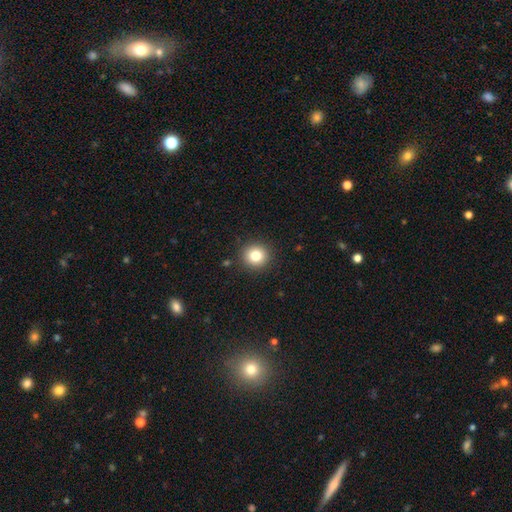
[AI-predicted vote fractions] Smooth or featured? Predicted: smooth (p=0.81). How rounded? Predicted: round (p=0.93). Merging? Predicted: none (p=0.91).